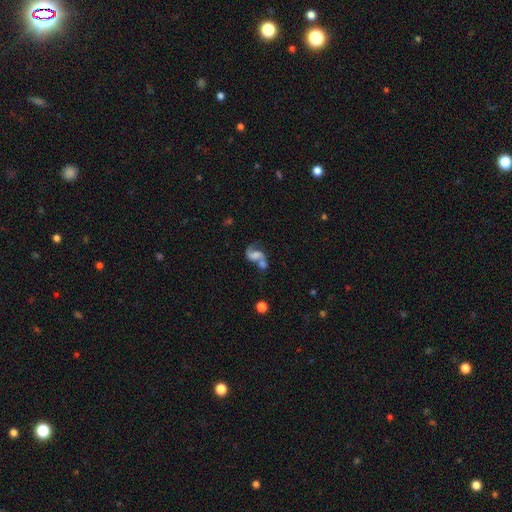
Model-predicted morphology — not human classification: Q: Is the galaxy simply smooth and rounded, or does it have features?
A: featured or disk — 63%.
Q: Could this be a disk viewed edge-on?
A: no — 97%.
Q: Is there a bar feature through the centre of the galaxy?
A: no — 55%.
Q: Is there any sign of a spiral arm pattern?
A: yes — 84%.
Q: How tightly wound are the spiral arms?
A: loose — 62%.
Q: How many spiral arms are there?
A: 2 — 71%.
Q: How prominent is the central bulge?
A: none — 40%.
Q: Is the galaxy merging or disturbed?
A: merger — 48%.